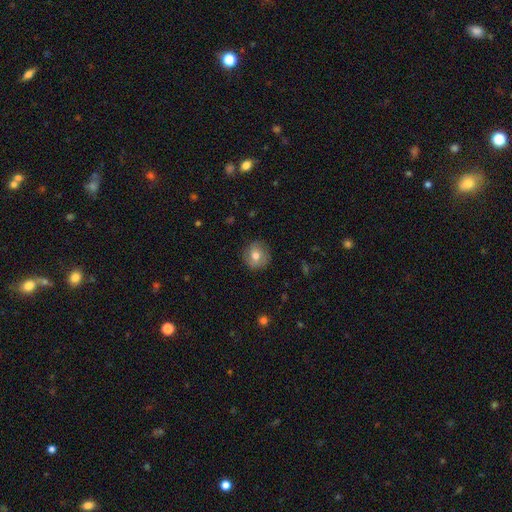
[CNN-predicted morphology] A smooth galaxy with no disk features (64%) that is round (89%).

Vote fractions:
- Smooth or featured? smooth: 64% / featured or disk: 27% / star or artifact: 9%
- How rounded? round: 89% / in between: 10% / cigar-shaped: 1%
- Merging? none: 83% / minor disturbance: 13% / major disturbance: 3% / merger: 1%